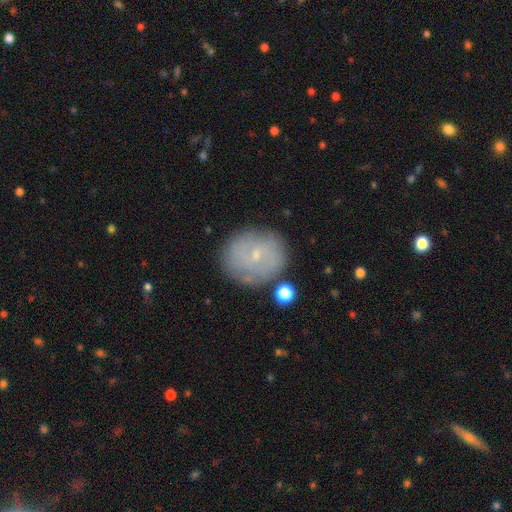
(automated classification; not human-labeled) Smooth or featured?
  - featured or disk: 51% *
  - smooth: 38%
  - star or artifact: 11%
Edge-on disk?
  - no: 97% *
  - yes: 3%
Merging?
  - none: 79% *
  - minor disturbance: 14%
  - major disturbance: 4%
  - merger: 3%